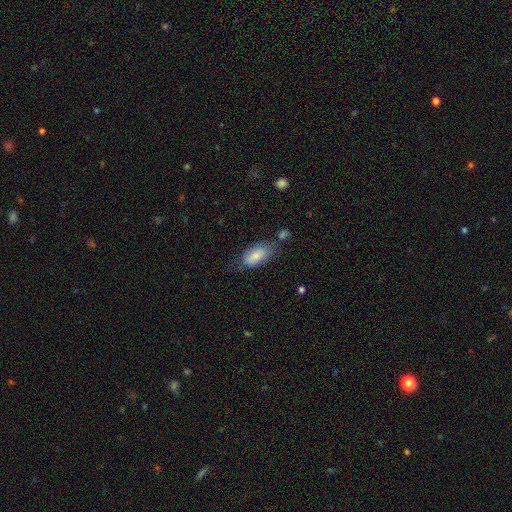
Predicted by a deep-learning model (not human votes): Overall: smooth (81%). How rounded: in between (91%). Merging: none (51%; minor disturbance 30%).